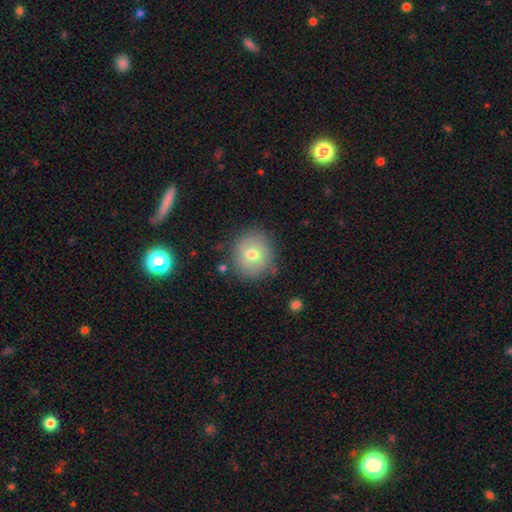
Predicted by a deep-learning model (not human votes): smooth-or-featured: smooth: 62% | featured or disk: 30% | star or artifact: 8%
  how-rounded: round: 85% | in between: 14% | cigar-shaped: 1%
  merging: none: 76% | minor disturbance: 16% | major disturbance: 5% | merger: 2%